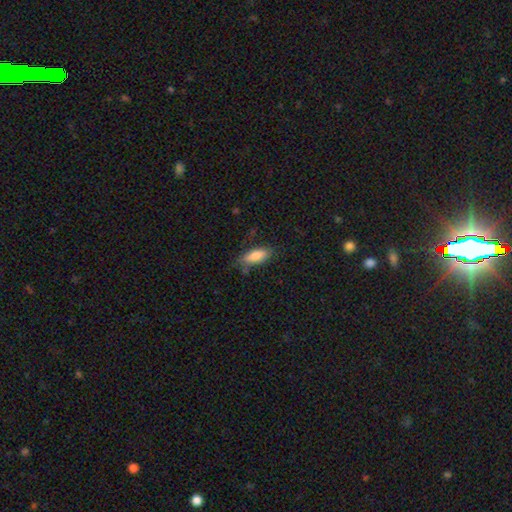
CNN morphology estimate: A smooth galaxy with no disk features (80%) that is in between round and cigar-shaped (74%). Merging: none (68%).